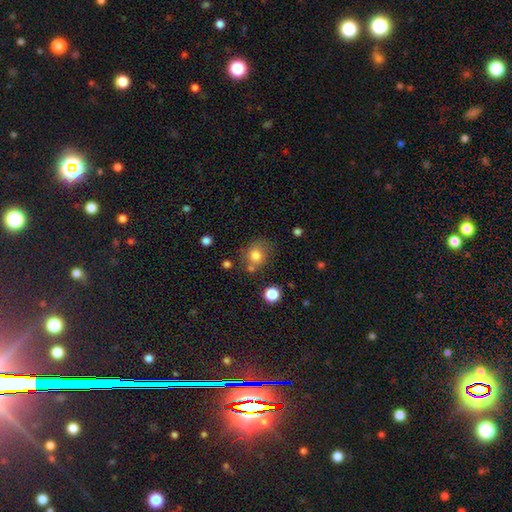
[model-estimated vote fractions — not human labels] A smooth galaxy with no disk features (79%) that is round (75%).

Vote fractions:
- Smooth or featured? smooth: 79% / star or artifact: 12% / featured or disk: 9%
- How rounded? round: 75% / in between: 24% / cigar-shaped: 1%
- Merging? none: 62% / minor disturbance: 16% / merger: 15% / major disturbance: 7%